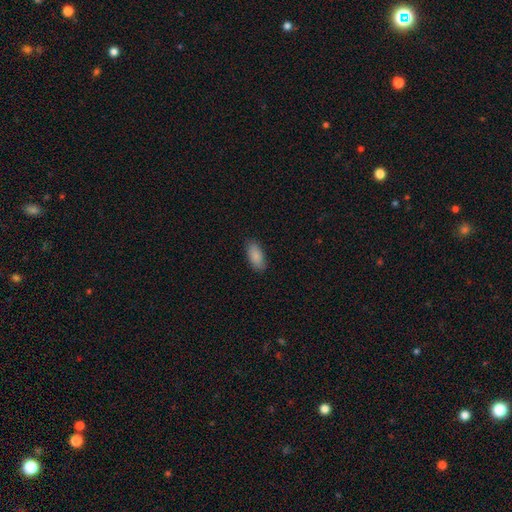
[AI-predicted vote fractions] This is clearly a smooth galaxy (87%). How rounded: clearly in between (90%). Merging: clearly none (86%).